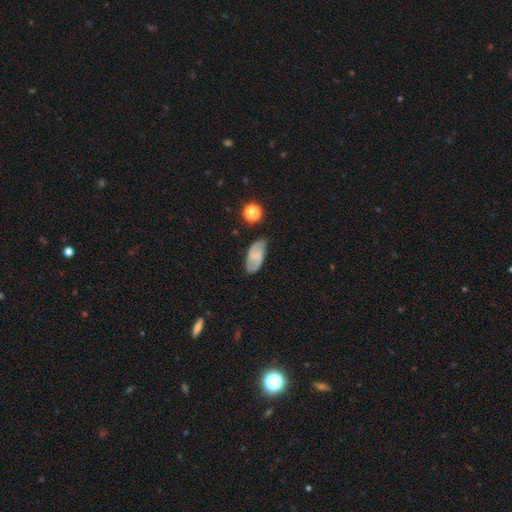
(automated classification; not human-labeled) smooth_or_featured: featured or disk (p=0.52) [alt: smooth p=0.40]
disk_edge_on: no (p=0.95) [alt: yes p=0.05]
merging: none (p=0.71) [alt: minor disturbance p=0.21]